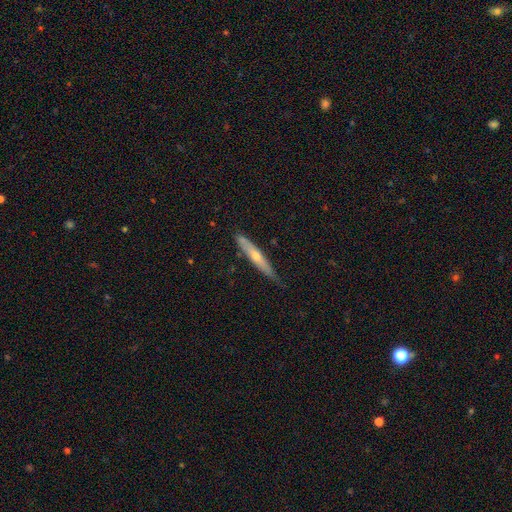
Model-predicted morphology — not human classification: smooth_or_featured: featured or disk (p=0.52) [alt: smooth p=0.42]
disk_edge_on: yes (p=0.89) [alt: no p=0.11]
merging: none (p=0.75) [alt: minor disturbance p=0.20]